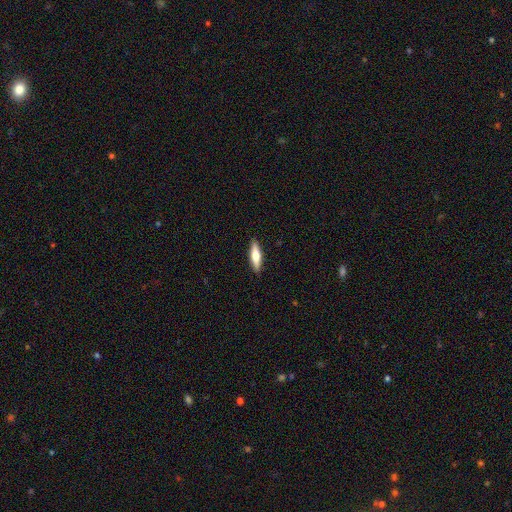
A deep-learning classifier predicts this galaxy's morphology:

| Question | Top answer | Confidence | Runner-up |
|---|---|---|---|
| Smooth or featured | smooth | 58% | featured or disk (36%) |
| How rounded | cigar-shaped | 63% | in between (35%) |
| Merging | none | 90% | minor disturbance (8%) |